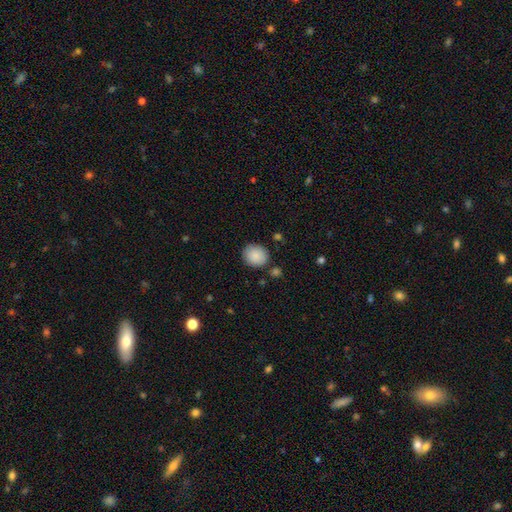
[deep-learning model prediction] smooth 88%, star or artifact 7%, featured or disk 5%. Down the decision tree: how rounded — round (75%); merging — none (83%).